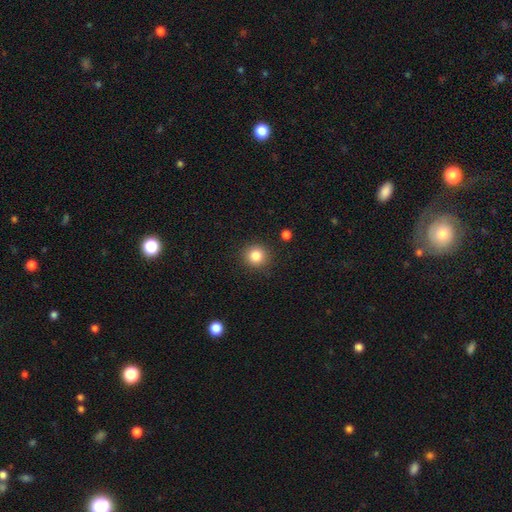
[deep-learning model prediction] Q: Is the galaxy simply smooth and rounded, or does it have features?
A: smooth — 84%.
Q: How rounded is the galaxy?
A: round — 93%.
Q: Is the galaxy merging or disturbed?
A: none — 89%.